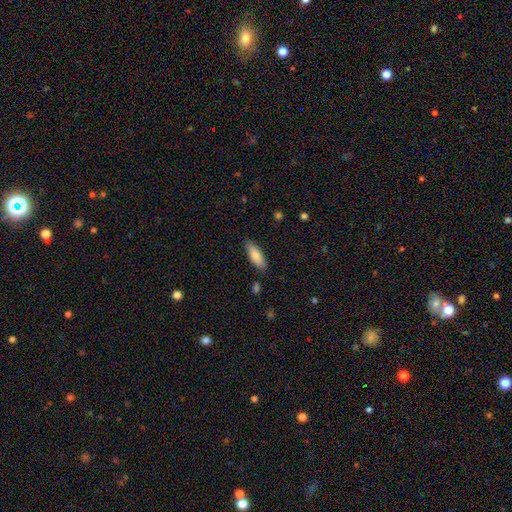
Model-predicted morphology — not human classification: Q: Smooth or featured?
A: smooth (81%); runner-up: featured or disk (13%)
Q: How rounded?
A: in between (57%); runner-up: cigar-shaped (41%)
Q: Merging?
A: none (85%); runner-up: minor disturbance (11%)